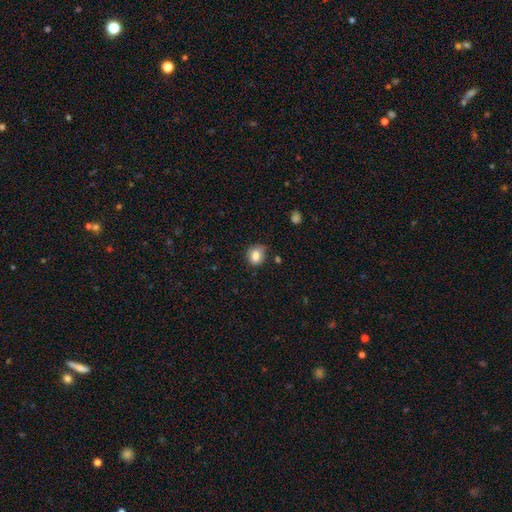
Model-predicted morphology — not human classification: smooth-or-featured: smooth: 81% | star or artifact: 10% | featured or disk: 9%
  how-rounded: round: 61% | in between: 38% | cigar-shaped: 1%
  merging: none: 68% | minor disturbance: 24% | major disturbance: 5% | merger: 3%